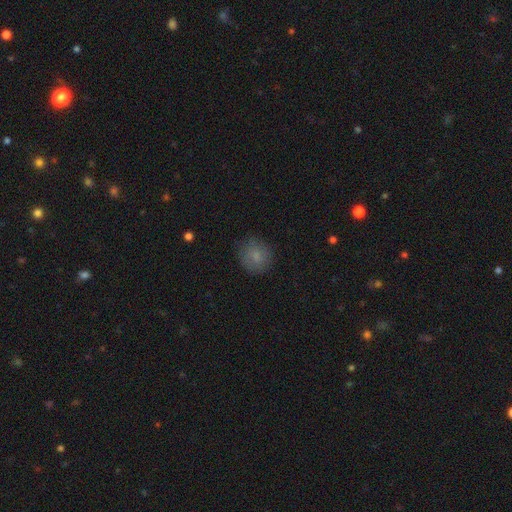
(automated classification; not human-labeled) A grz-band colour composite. It shows a smooth galaxy with no disk features (80%) that is round (83%). Merging: none (80%).